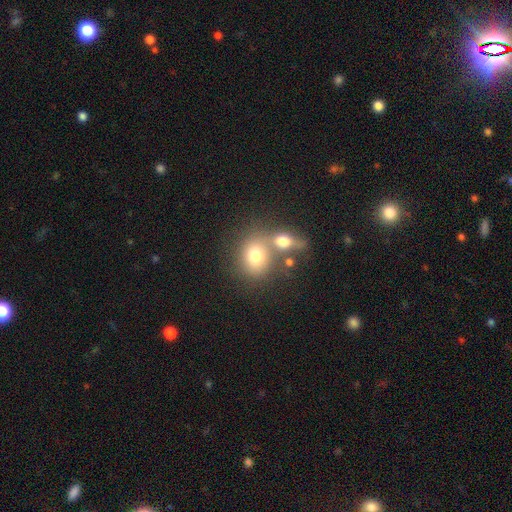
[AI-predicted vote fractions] smooth-or-featured: smooth: 73% | featured or disk: 15% | star or artifact: 11%
  how-rounded: round: 62% | in between: 36% | cigar-shaped: 1%
  merging: none: 43% | merger: 41% | minor disturbance: 10% | major disturbance: 6%